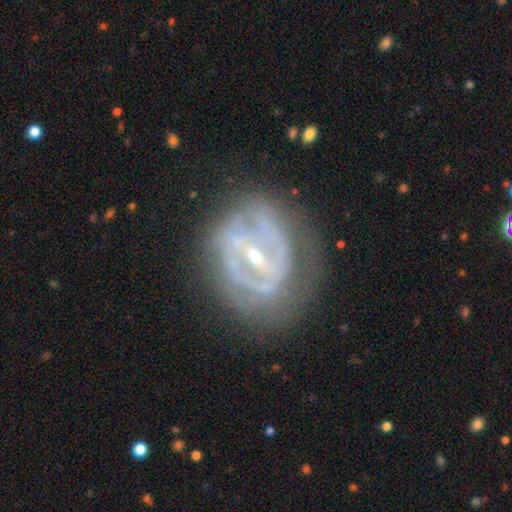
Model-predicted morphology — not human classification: smooth-or-featured: featured or disk: 83% | smooth: 10% | star or artifact: 7%
  disk-edge-on: no: 95% | yes: 5%
    bar: strong: 57% | weak: 30% | no: 14%
    has-spiral-arms: yes: 62% | no: 38%
    bulge-size: small: 65% | moderate: 31% | large: 2% | none: 1% | dominant: 1%
  merging: none: 61% | minor disturbance: 21% | major disturbance: 16% | merger: 2%